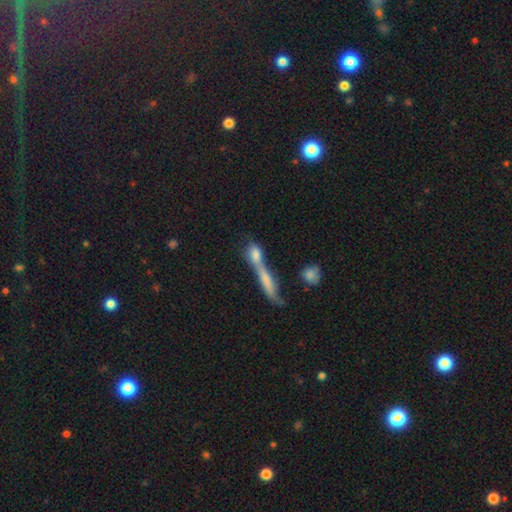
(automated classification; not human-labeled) Morphology: type=smooth (53%); roundness=cigar-shaped (61%); merging=merger (51%).